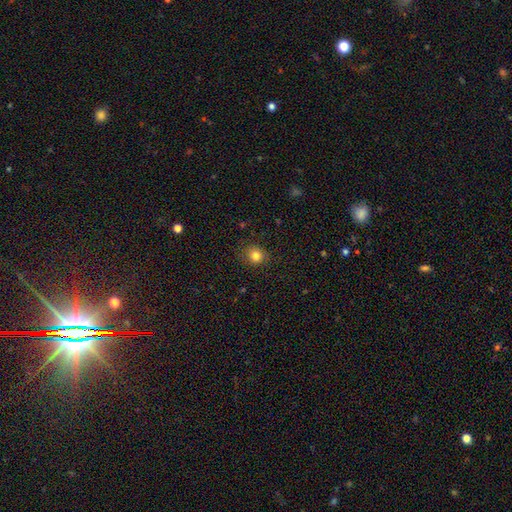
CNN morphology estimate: This is clearly a smooth galaxy (81%). How rounded: clearly round (82%). Merging: clearly none (87%).